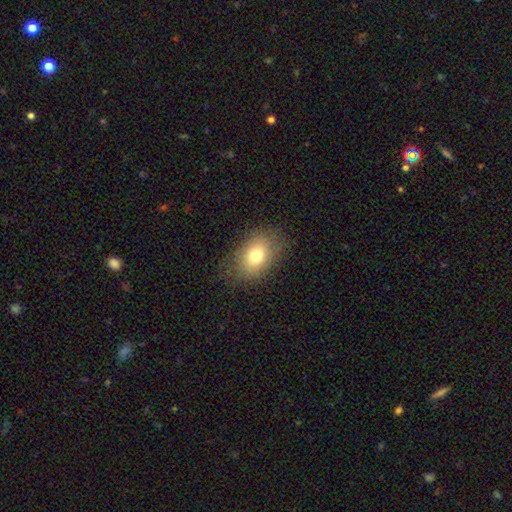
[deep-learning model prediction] Morphology: type=smooth (76%); roundness=in between (81%); merging=none (81%).